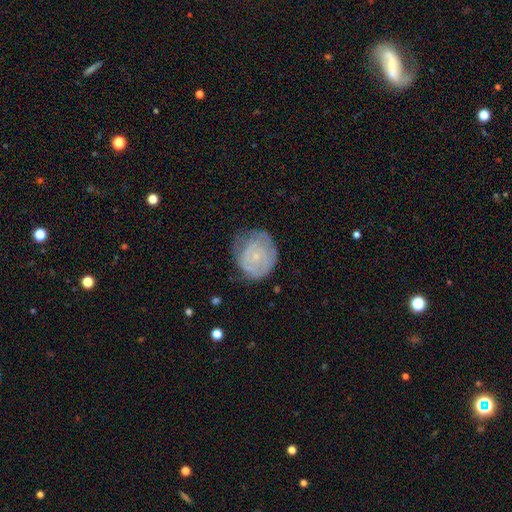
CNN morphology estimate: This appears to be a featured or disk galaxy (58%) with no bar (81%), spiral arms (69%) and a small central bulge (79%). Merging: none (53%).